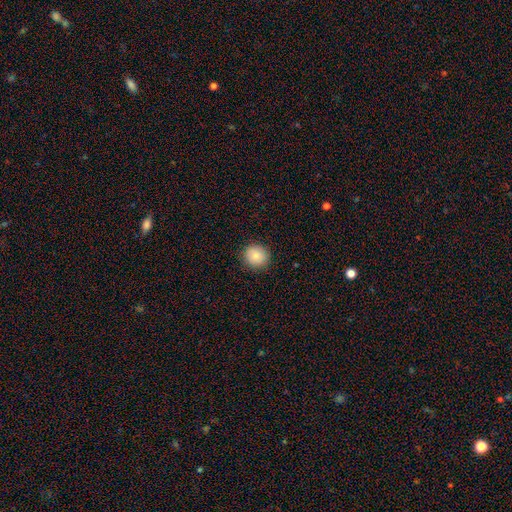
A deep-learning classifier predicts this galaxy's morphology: This appears to be a smooth galaxy with no disk features (85%) that is round (90%). Merging: none (90%).